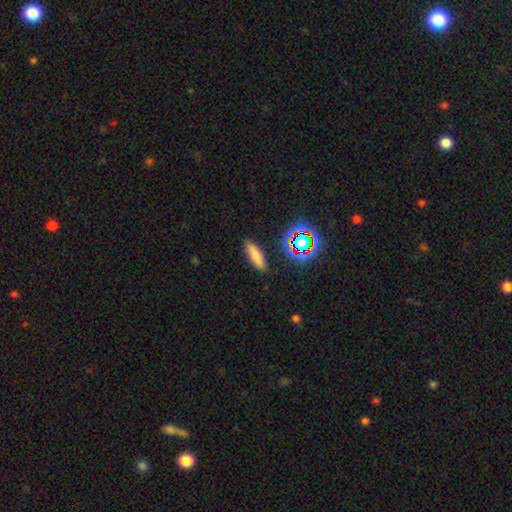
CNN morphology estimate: Q: Smooth or featured?
A: smooth (76%); runner-up: star or artifact (14%)
Q: How rounded?
A: cigar-shaped (62%); runner-up: in between (35%)
Q: Merging?
A: none (87%); runner-up: minor disturbance (9%)